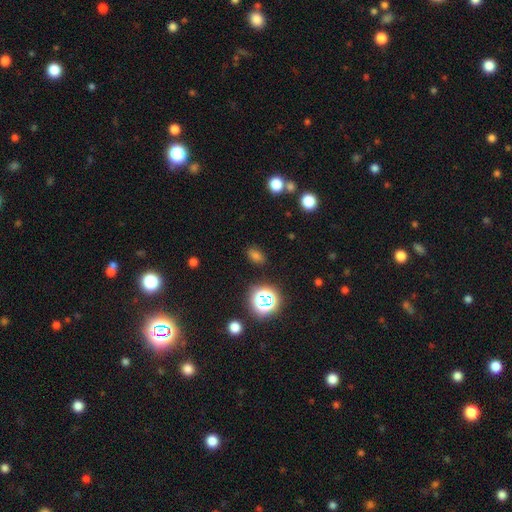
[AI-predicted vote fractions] Q: Smooth or featured?
A: smooth (66%); runner-up: star or artifact (27%)
Q: How rounded?
A: in between (76%); runner-up: round (21%)
Q: Merging?
A: none (84%); runner-up: minor disturbance (10%)